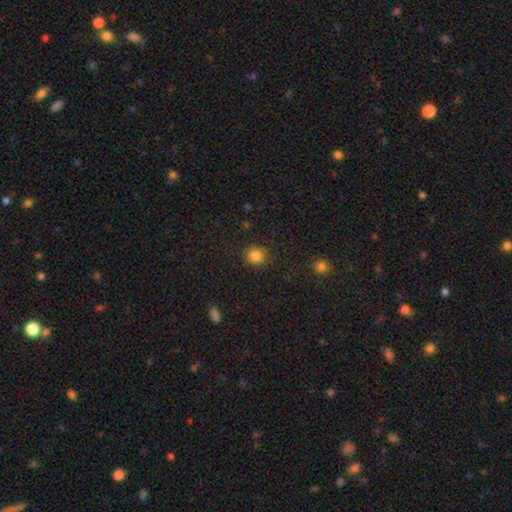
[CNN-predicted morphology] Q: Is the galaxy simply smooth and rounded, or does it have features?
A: smooth — 85%.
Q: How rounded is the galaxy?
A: round — 89%.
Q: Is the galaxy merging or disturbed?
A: none — 90%.